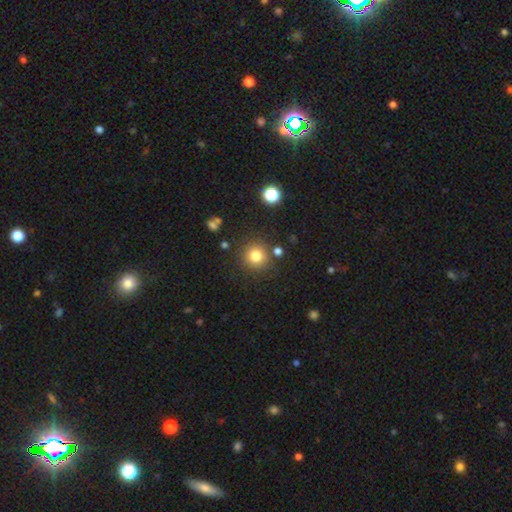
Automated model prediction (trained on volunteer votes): The model was most divided on "smooth or featured": smooth: 79%, star or artifact: 14%, featured or disk: 7%. More confident: how rounded — round (93%); merging — none (84%).